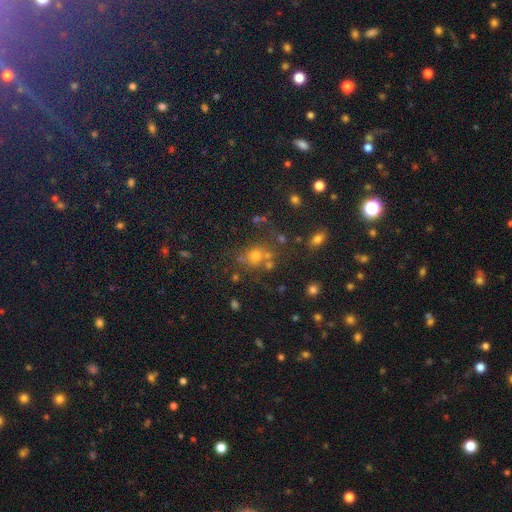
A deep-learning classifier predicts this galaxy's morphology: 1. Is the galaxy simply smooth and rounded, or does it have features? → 57% smooth, 29% star or artifact, 14% featured or disk.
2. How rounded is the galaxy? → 73% round, 25% in between, 2% cigar-shaped.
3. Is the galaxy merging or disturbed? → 60% none, 21% merger, 13% minor disturbance, 7% major disturbance.